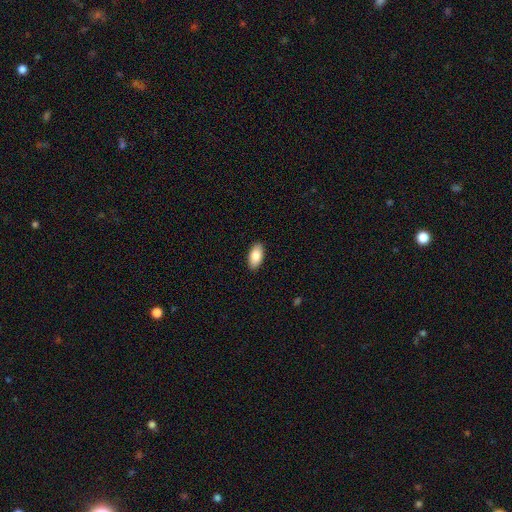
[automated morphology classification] This appears to be a smooth galaxy with no disk features (86%) that is in between round and cigar-shaped (94%). Merging: none (90%).